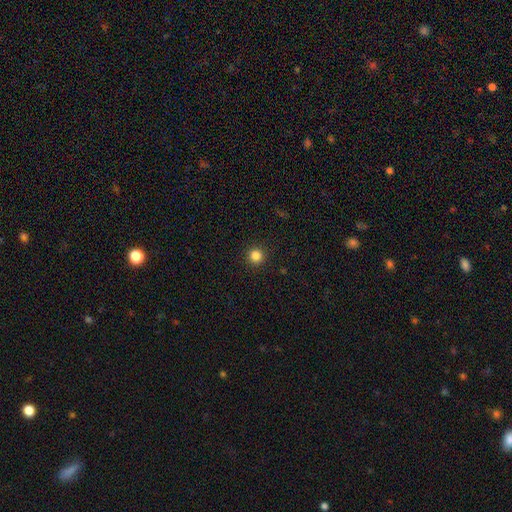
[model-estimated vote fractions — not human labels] Smooth or featured: smooth — 84% (star or artifact — 12%)
How rounded: round — 95% (in between — 4%)
Merging: none — 93% (minor disturbance — 5%)